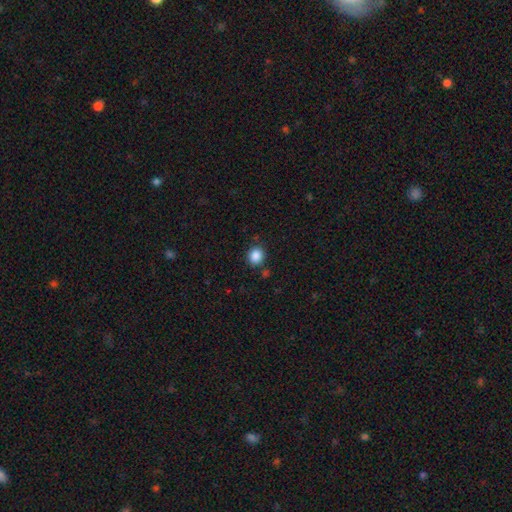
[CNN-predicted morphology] The model was most divided on "how rounded": round: 80%, in between: 19%, cigar-shaped: 1%. More confident: smooth or featured — smooth (87%); merging — none (84%).